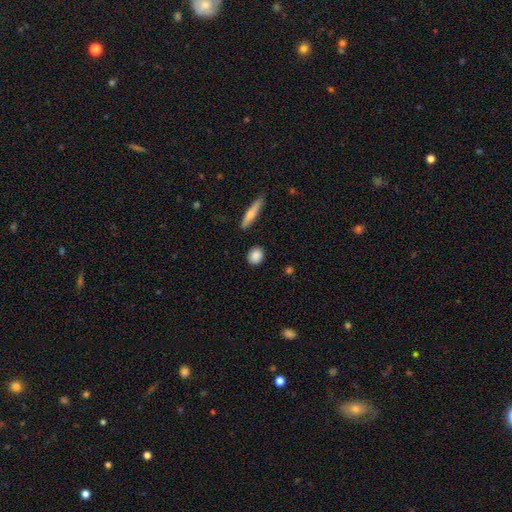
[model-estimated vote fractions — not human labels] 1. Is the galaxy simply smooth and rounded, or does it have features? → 86% smooth, 7% star or artifact, 7% featured or disk.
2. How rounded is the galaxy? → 73% round, 23% in between, 4% cigar-shaped.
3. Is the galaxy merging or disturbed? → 89% none, 7% minor disturbance, 2% major disturbance, 2% merger.